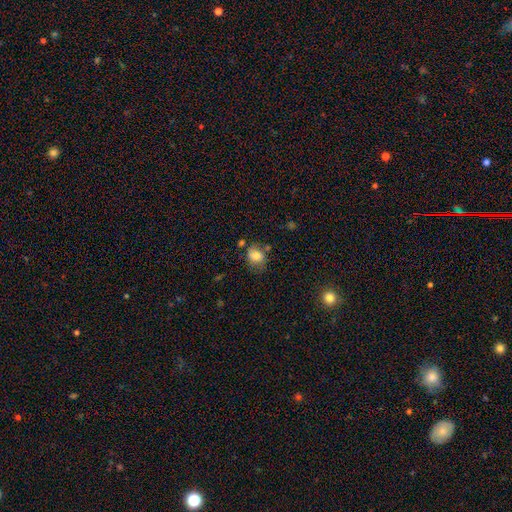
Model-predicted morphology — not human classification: Smooth or featured? Predicted: smooth (p=0.71). How rounded? Predicted: round (p=0.52). Merging? Predicted: none (p=0.57).